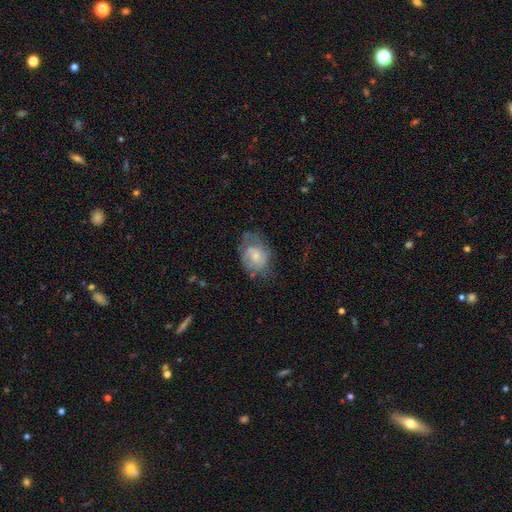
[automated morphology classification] This is possibly a featured or disk galaxy (51%). It is clearly not viewed edge-on (97%). Merging: possibly none (47%).